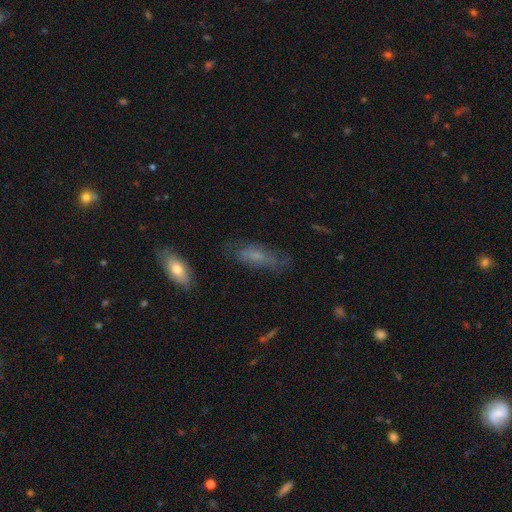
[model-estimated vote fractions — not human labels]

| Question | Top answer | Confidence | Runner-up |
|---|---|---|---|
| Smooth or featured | smooth | 47% | featured or disk (41%) |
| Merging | none | 64% | minor disturbance (23%) |